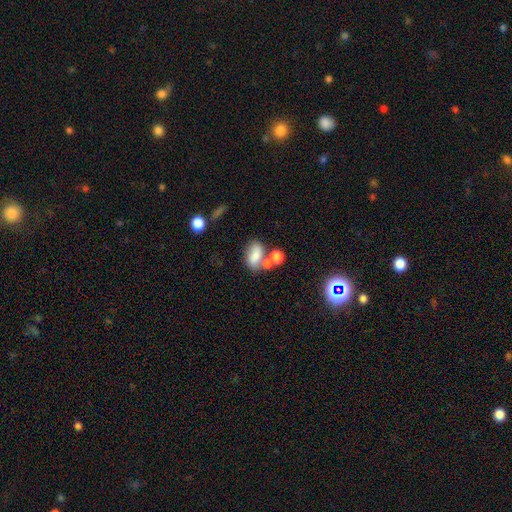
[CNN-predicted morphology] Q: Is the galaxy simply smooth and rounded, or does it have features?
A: smooth — 74%.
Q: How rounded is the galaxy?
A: in between — 82%.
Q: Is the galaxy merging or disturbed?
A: none — 43%.